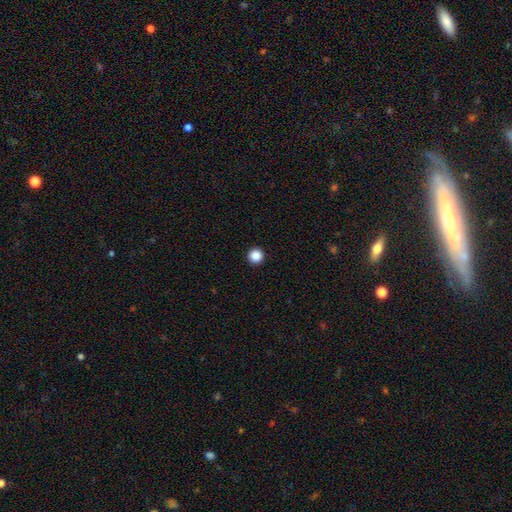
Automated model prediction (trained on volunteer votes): Q: Smooth or featured?
A: smooth (87%); runner-up: star or artifact (10%)
Q: How rounded?
A: round (97%); runner-up: in between (2%)
Q: Merging?
A: none (94%); runner-up: minor disturbance (3%)